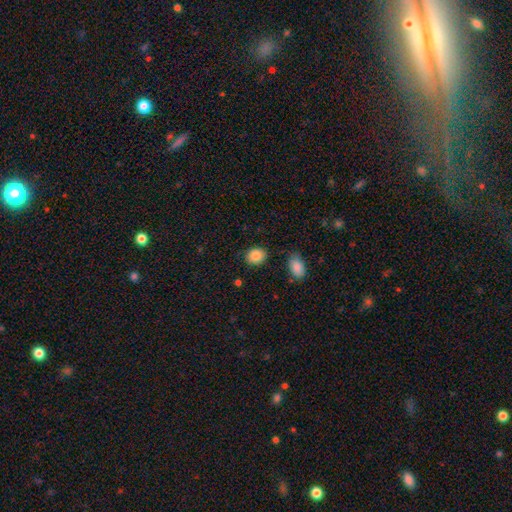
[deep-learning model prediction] A smooth galaxy with no disk features (88%) that is round (57%). Merging: none (84%).